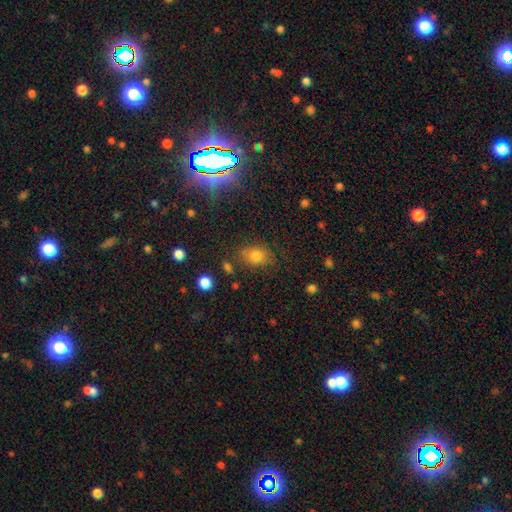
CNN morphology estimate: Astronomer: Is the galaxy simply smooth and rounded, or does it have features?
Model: smooth — 74%.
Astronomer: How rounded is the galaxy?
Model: in between — 61% (runner-up: round, 37%).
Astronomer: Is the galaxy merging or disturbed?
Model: none — 76%.